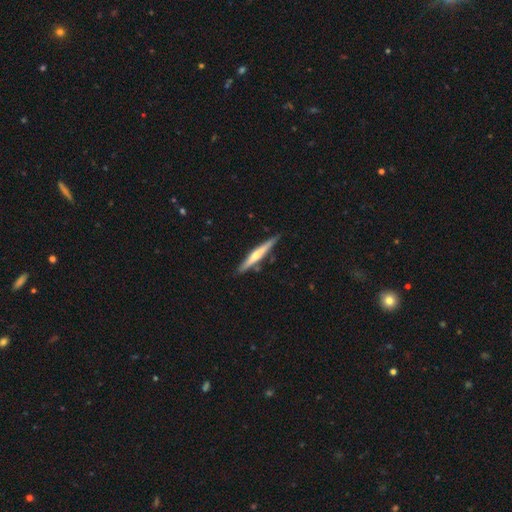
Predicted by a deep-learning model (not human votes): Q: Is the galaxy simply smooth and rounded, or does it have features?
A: featured or disk — 53%.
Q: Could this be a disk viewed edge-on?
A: yes — 96%.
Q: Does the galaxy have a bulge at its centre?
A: rounded — 61%.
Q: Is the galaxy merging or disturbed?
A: none — 85%.